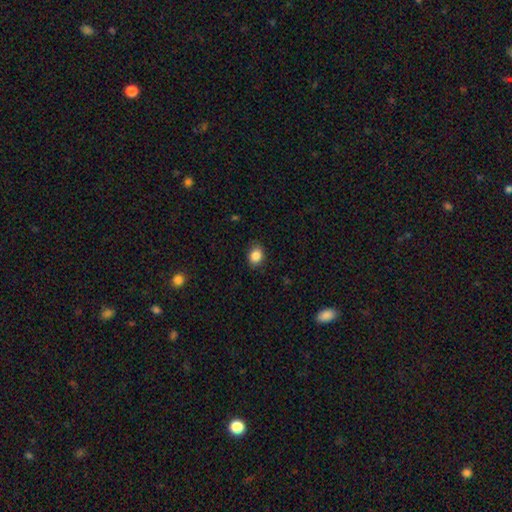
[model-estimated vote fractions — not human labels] The model was most divided on "how rounded": round: 52%, in between: 47%, cigar-shaped: 1%. More confident: smooth or featured — smooth (86%); merging — none (82%).